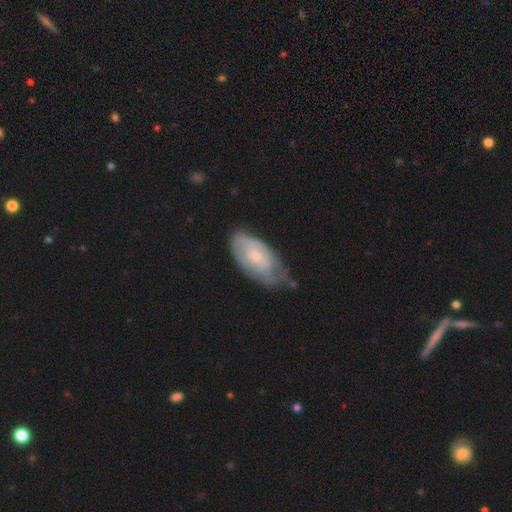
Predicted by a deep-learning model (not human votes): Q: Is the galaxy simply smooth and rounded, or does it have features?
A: featured or disk — 56%.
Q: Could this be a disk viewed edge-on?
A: no — 92%.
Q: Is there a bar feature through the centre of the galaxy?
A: no — 75%.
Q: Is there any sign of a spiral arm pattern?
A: yes — 61%.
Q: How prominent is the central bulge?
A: small — 58%.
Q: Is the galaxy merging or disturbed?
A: none — 47%.